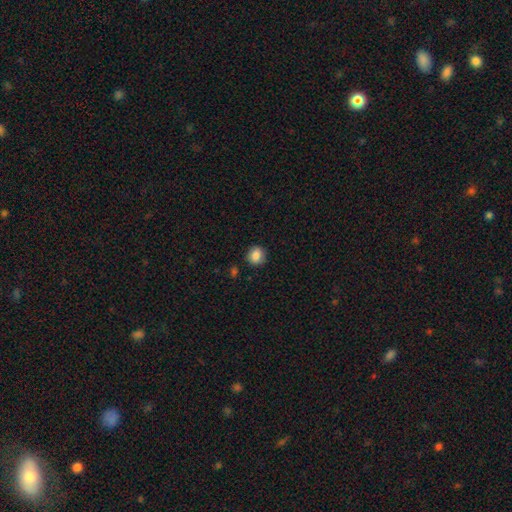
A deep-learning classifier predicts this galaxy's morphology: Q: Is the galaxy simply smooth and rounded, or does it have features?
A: smooth — 86%.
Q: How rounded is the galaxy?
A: round — 86%.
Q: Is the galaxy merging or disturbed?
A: none — 88%.